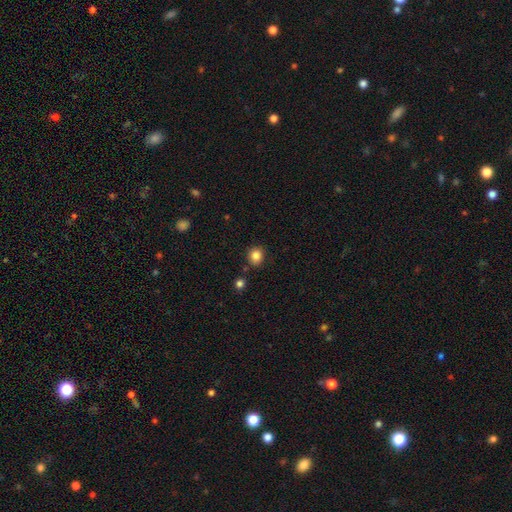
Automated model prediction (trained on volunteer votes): smooth-or-featured: smooth: 85% | star or artifact: 11% | featured or disk: 4%
  how-rounded: round: 80% | in between: 20% | cigar-shaped: 1%
  merging: none: 84% | minor disturbance: 10% | merger: 4% | major disturbance: 3%